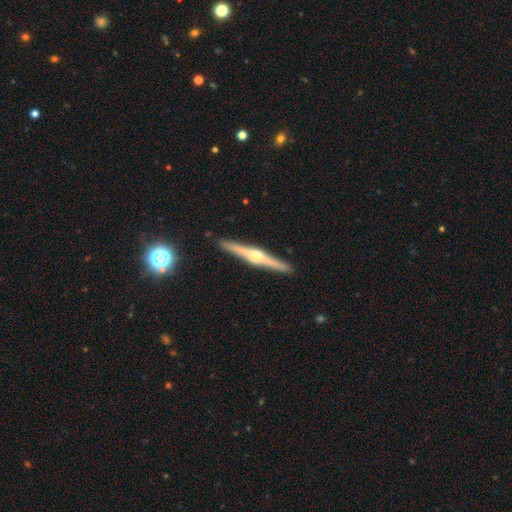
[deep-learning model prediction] Smooth or featured? Predicted: featured or disk (p=0.82). Edge-on disk? Predicted: yes (p=0.98). Edge-on bulge? Predicted: rounded (p=0.91). Merging? Predicted: none (p=0.92).